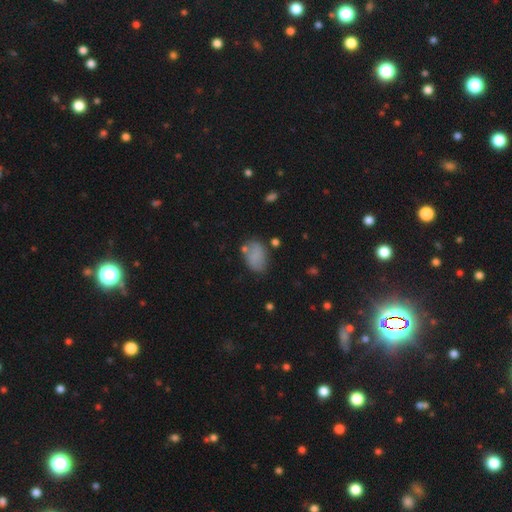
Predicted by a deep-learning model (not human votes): Smooth or featured? smooth (76%)
How rounded? in between (84%)
Merging? none (63%)